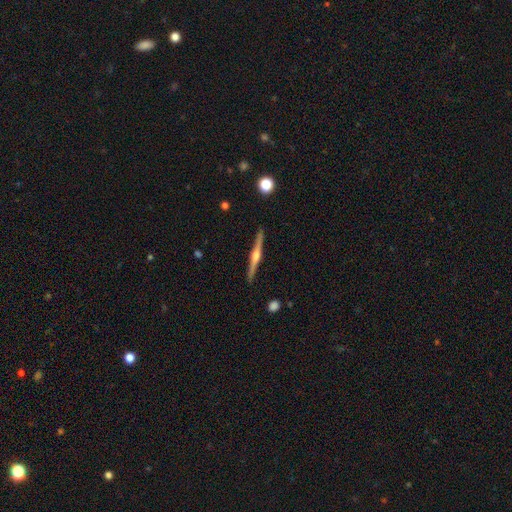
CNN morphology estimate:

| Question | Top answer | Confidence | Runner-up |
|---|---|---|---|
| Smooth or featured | featured or disk | 81% | smooth (14%) |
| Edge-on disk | yes | 99% | no (1%) |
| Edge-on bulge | rounded | 91% | boxy (6%) |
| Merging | none | 92% | minor disturbance (6%) |